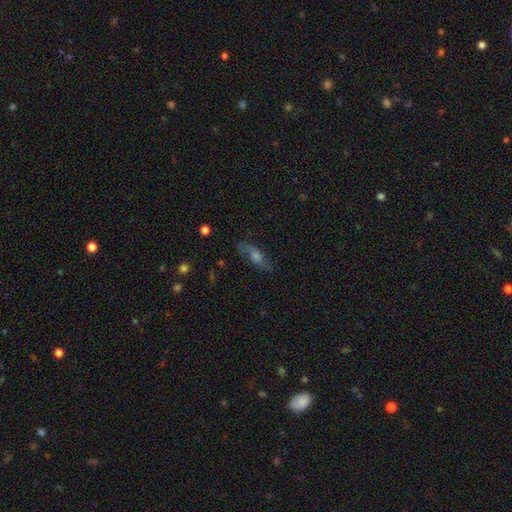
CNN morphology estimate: smooth-or-featured: featured or disk: 59% | smooth: 27% | star or artifact: 14%
  disk-edge-on: no: 64% | yes: 36%
  merging: none: 74% | minor disturbance: 16% | major disturbance: 8% | merger: 2%